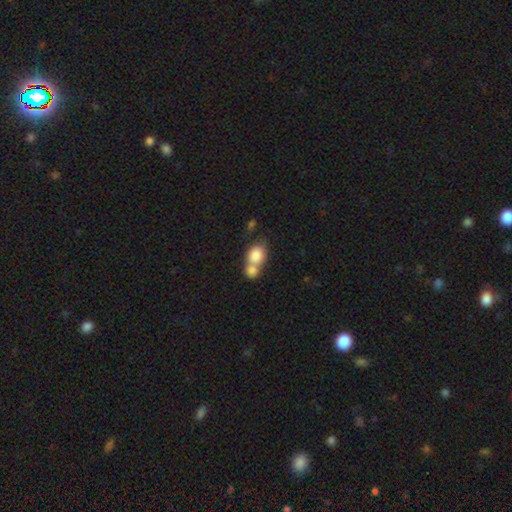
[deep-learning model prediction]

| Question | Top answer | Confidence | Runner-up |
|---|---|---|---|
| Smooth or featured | smooth | 81% | featured or disk (11%) |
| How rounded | round | 52% | in between (47%) |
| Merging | merger | 65% | none (25%) |